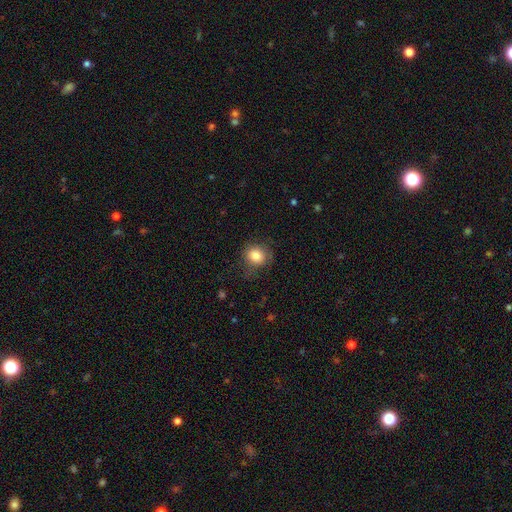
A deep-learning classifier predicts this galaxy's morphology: This is clearly a smooth galaxy (84%). How rounded: likely round (71%). Merging: likely none (69%).